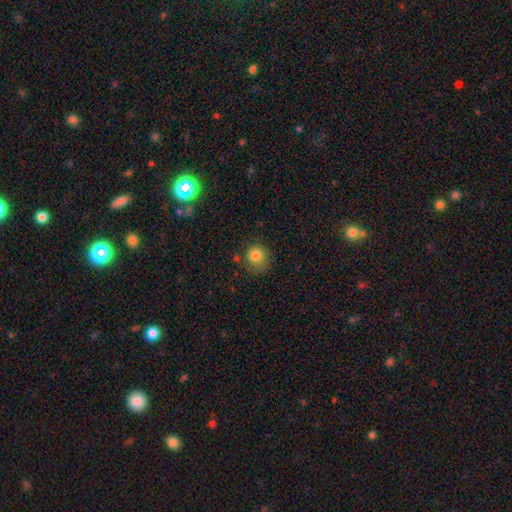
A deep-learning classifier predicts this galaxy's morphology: Smooth or featured: smooth — 83% (star or artifact — 10%)
How rounded: round — 87% (in between — 12%)
Merging: none — 73% (minor disturbance — 18%)